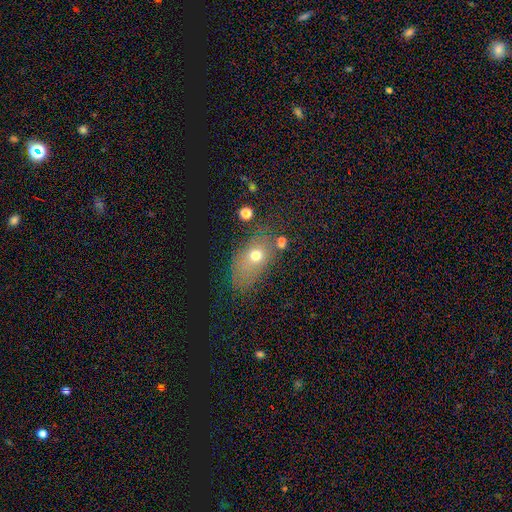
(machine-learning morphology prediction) Smooth or featured: smooth — 62% (featured or disk — 21%)
How rounded: in between — 75% (round — 21%)
Merging: none — 65% (minor disturbance — 18%)